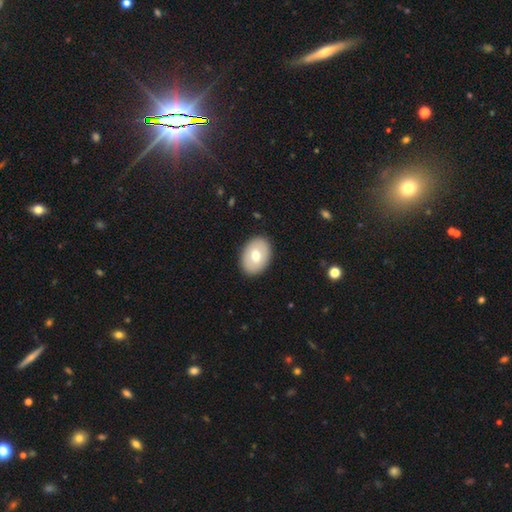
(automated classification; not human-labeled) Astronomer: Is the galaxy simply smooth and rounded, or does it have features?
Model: smooth — 68%.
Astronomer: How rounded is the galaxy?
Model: in between — 78%.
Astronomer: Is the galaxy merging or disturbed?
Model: none — 89%.